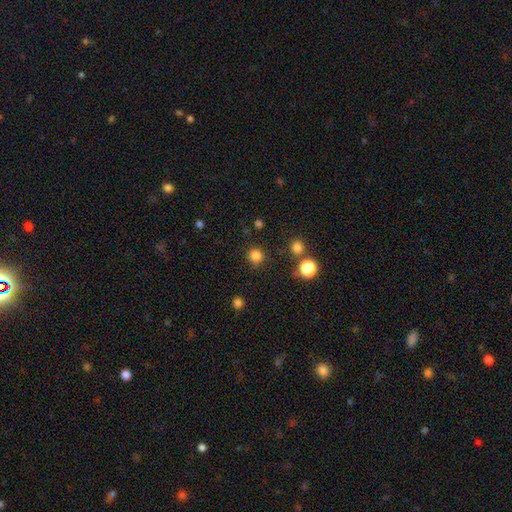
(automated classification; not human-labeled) Morphology: type=smooth (82%); roundness=round (93%); merging=none (87%).